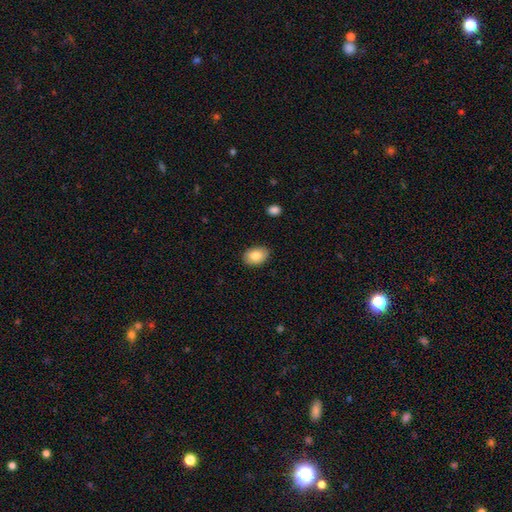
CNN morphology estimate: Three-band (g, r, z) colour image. It shows a smooth galaxy with no disk features (84%) that is in between round and cigar-shaped (79%). Merging: none (87%).